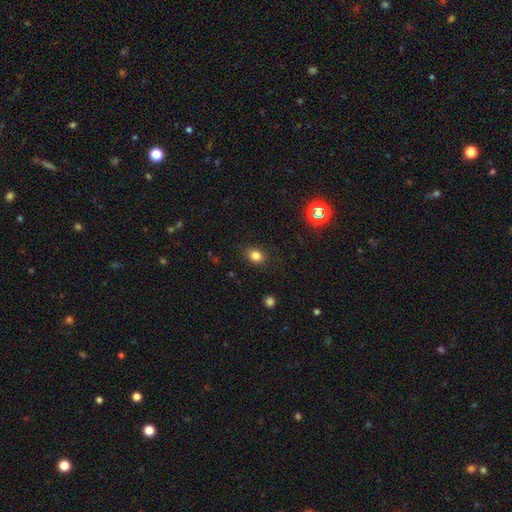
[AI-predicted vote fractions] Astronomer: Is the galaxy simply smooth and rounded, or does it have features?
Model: smooth — 81%.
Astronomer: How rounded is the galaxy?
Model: in between — 52% (runner-up: round, 47%).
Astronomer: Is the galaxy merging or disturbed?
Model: none — 84%.